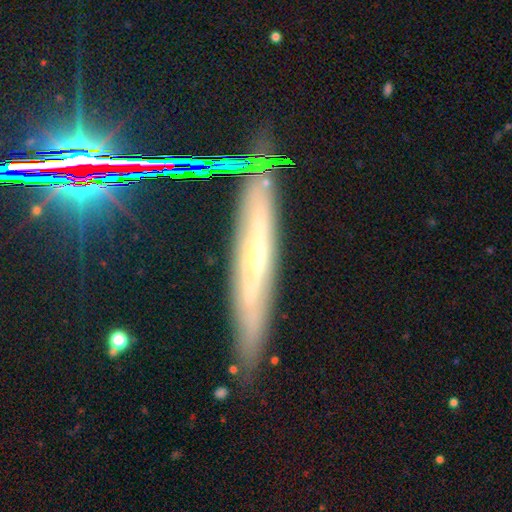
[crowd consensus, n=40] This is likely a featured or disk galaxy (60%). It is clearly viewed edge-on (88%). Edge-on bulge: likely rounded (71%). Merging: clearly none (94%).